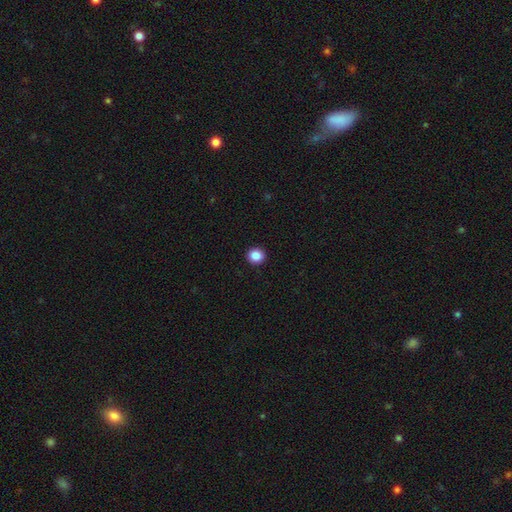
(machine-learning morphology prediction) This appears to be a smooth galaxy with no disk features (87%) that is round (90%). Merging: none (93%).